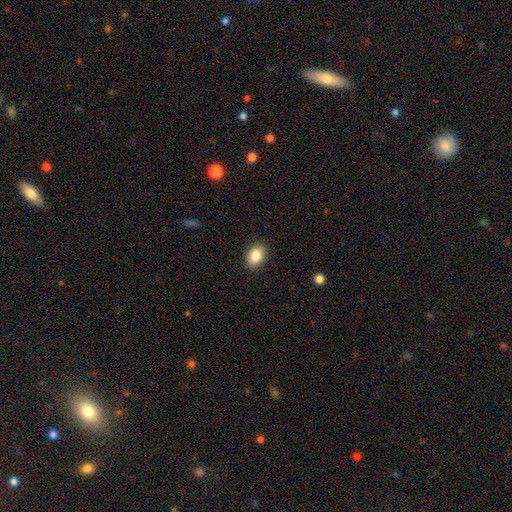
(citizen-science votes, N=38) A smooth galaxy with no disk features (89%) that is in between round and cigar-shaped (68%).

Vote fractions:
- Smooth or featured? smooth: 89% / featured or disk: 5% / star or artifact: 5%
- How rounded? in between: 68% / round: 32% / cigar-shaped: 0%
- Merging? none: 89% / minor disturbance: 8% / major disturbance: 3% / merger: 0%